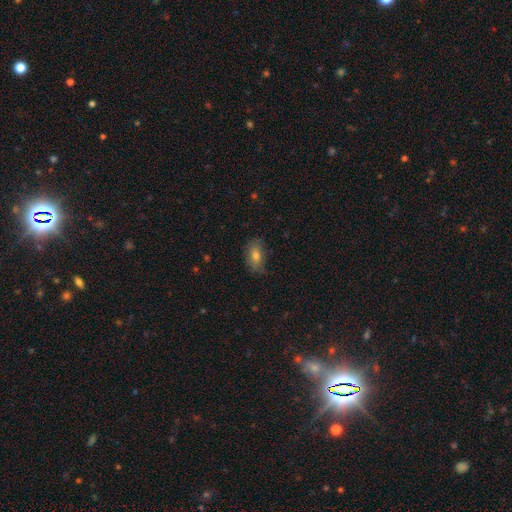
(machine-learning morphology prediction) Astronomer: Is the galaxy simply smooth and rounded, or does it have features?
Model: smooth — 71%.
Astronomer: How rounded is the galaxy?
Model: in between — 85%.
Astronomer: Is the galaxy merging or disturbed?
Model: none — 72%.